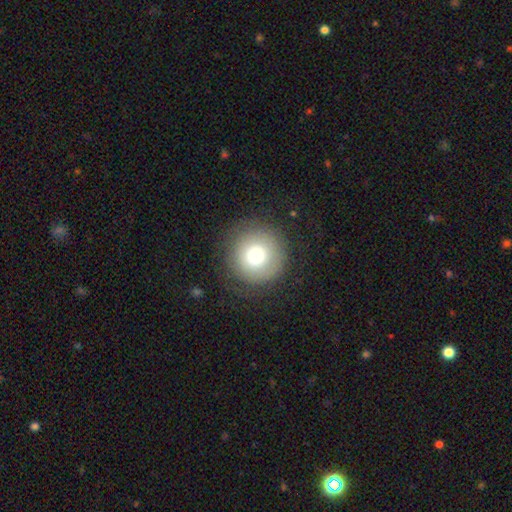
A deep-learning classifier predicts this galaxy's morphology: Smooth or featured? Predicted: smooth (p=0.73). How rounded? Predicted: round (p=0.96). Merging? Predicted: none (p=0.83).